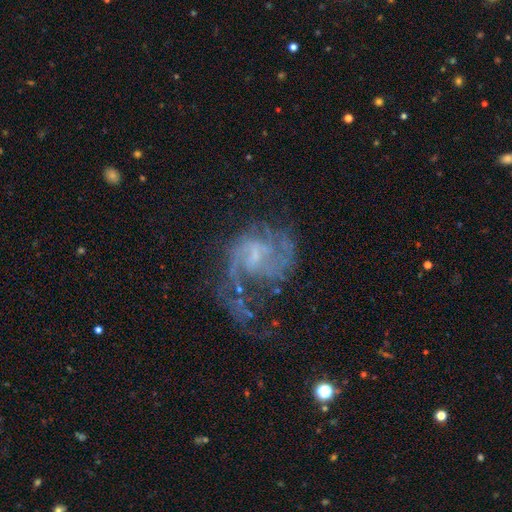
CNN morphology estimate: Overall: featured or disk (84%). Edge-on disk: no (98%). Bar: weak (52%; no 36%). Spiral arms: yes (92%). Spiral arm count: 2 (57%). Spiral winding: medium (46%; loose 36%). Bulge size: small (59%; none 21%). Merging: none (43%; major disturbance 35%).